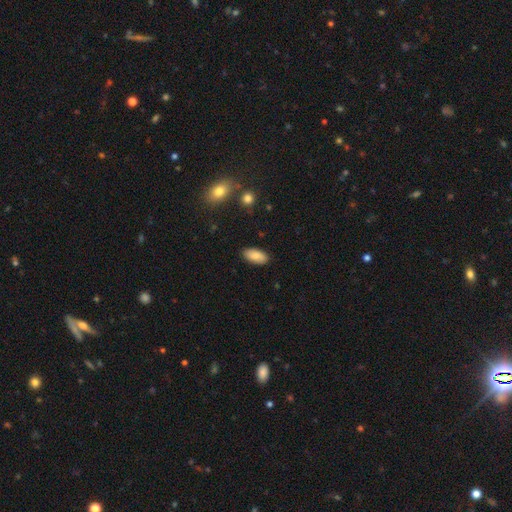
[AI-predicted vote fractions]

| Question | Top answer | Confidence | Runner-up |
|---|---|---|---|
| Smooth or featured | smooth | 84% | featured or disk (9%) |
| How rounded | in between | 93% | cigar-shaped (5%) |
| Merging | none | 88% | minor disturbance (9%) |